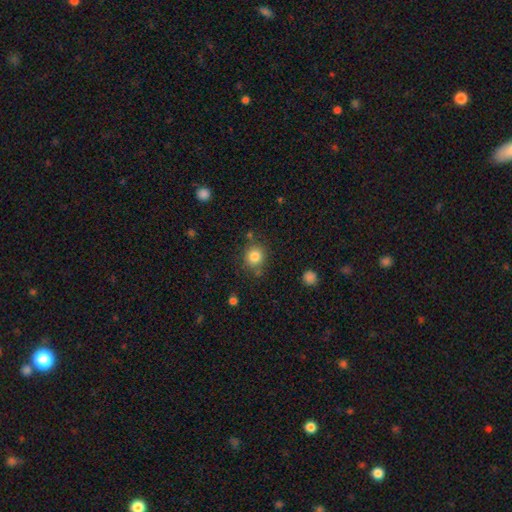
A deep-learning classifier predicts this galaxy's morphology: Smooth or featured? Predicted: smooth (p=0.83). How rounded? Predicted: round (p=0.86). Merging? Predicted: none (p=0.78).